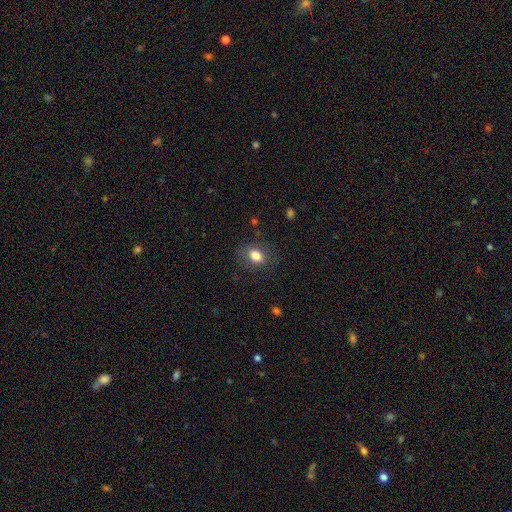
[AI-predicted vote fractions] A smooth galaxy with no disk features (82%) that is in between round and cigar-shaped (62%).

Vote fractions:
- Smooth or featured? smooth: 82% / star or artifact: 10% / featured or disk: 9%
- How rounded? in between: 62% / round: 37% / cigar-shaped: 1%
- Merging? none: 80% / minor disturbance: 13% / major disturbance: 5% / merger: 1%